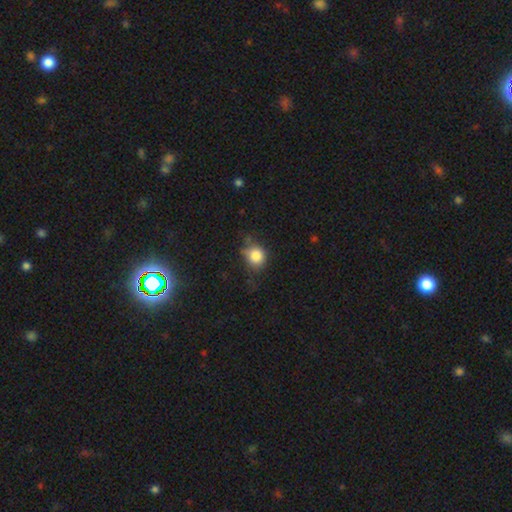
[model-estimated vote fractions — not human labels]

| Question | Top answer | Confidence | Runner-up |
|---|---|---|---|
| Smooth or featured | smooth | 82% | star or artifact (10%) |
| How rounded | round | 73% | in between (26%) |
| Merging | none | 57% | minor disturbance (30%) |